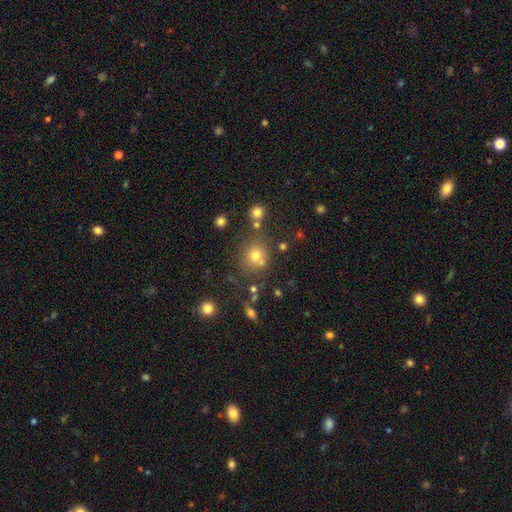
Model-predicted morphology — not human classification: Q: Smooth or featured?
A: smooth (71%); runner-up: star or artifact (18%)
Q: How rounded?
A: round (87%); runner-up: in between (12%)
Q: Merging?
A: none (66%); runner-up: merger (18%)